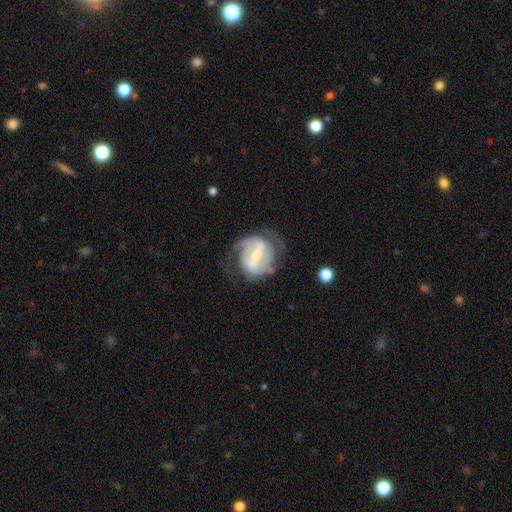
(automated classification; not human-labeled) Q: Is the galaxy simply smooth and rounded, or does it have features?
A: featured or disk — 78%.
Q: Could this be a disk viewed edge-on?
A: no — 96%.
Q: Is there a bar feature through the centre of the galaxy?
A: strong — 54%.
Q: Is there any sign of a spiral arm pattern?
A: yes — 81%.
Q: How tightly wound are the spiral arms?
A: medium — 43%.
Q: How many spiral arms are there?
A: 2 — 73%.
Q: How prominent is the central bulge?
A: small — 51%.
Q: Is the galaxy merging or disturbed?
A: none — 57%.